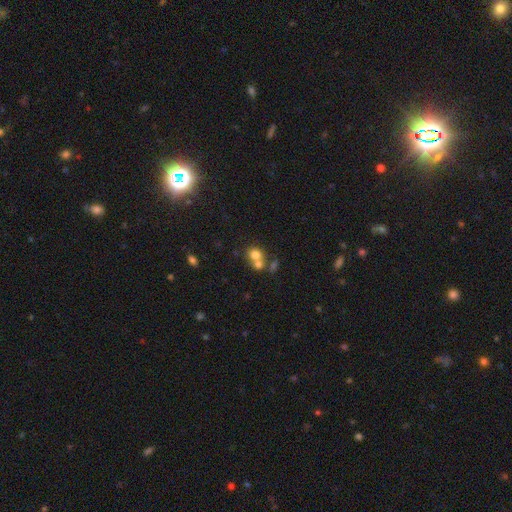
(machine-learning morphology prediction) This is likely a smooth galaxy (73%). How rounded: likely round (72%). Merging: possibly merger (52%).